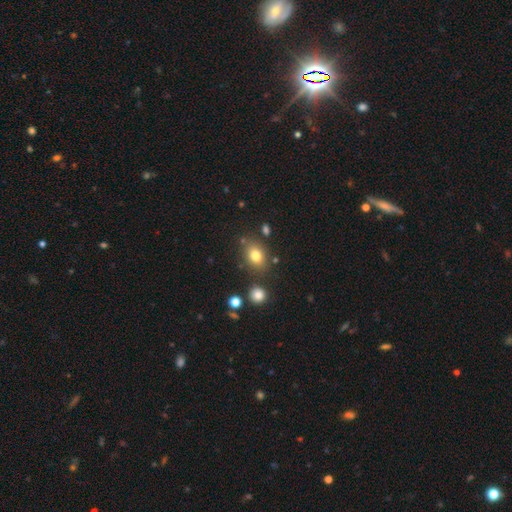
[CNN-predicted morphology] Smooth or featured: smooth — 78% (star or artifact — 12%)
How rounded: in between — 63% (round — 35%)
Merging: none — 78% (minor disturbance — 12%)